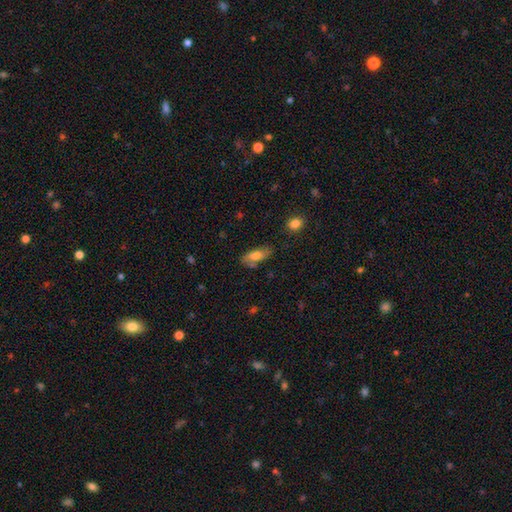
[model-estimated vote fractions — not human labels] Q: Smooth or featured?
A: smooth (71%); runner-up: featured or disk (21%)
Q: How rounded?
A: in between (79%); runner-up: cigar-shaped (18%)
Q: Merging?
A: none (63%); runner-up: minor disturbance (22%)